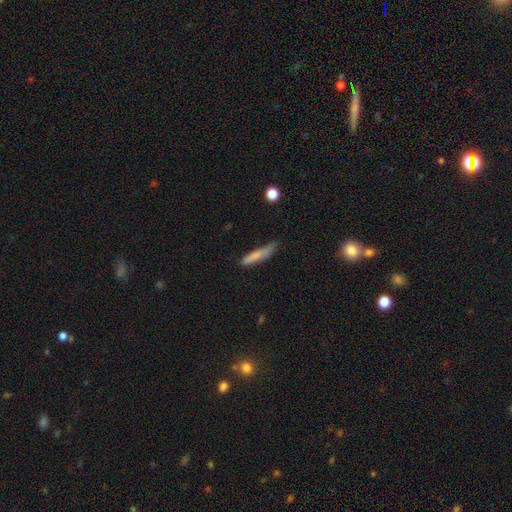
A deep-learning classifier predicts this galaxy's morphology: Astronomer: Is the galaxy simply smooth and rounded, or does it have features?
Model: smooth — 76%.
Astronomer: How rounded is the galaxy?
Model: cigar-shaped — 88%.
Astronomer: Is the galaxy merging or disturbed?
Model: none — 63%.